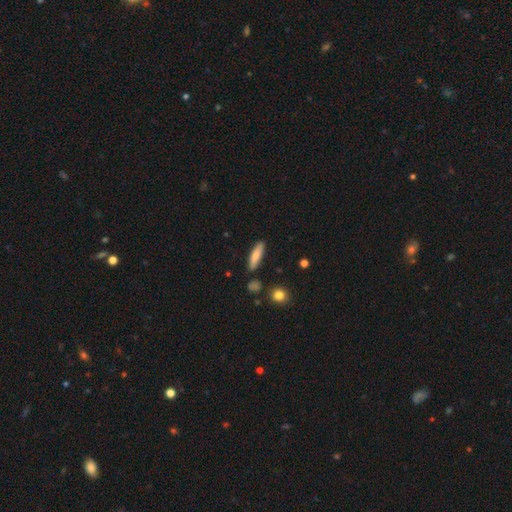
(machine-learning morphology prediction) Smooth or featured: smooth — 76% (featured or disk — 17%)
How rounded: cigar-shaped — 72% (in between — 26%)
Merging: none — 84% (minor disturbance — 11%)